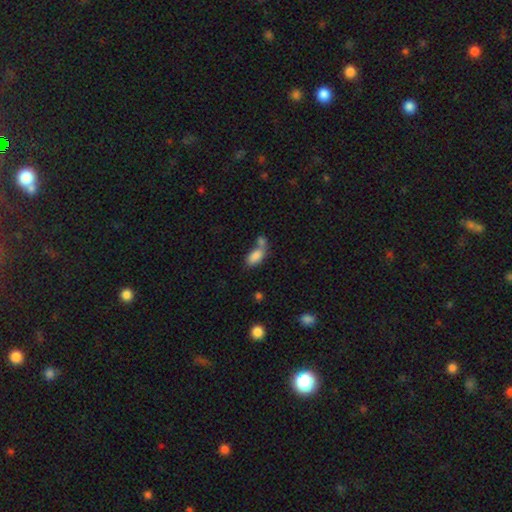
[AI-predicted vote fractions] A smooth galaxy with no disk features (84%) that is in between round and cigar-shaped (91%).

Vote fractions:
- Smooth or featured? smooth: 84% / star or artifact: 8% / featured or disk: 7%
- How rounded? in between: 91% / cigar-shaped: 4% / round: 4%
- Merging? merger: 50% / none: 33% / minor disturbance: 11% / major disturbance: 6%